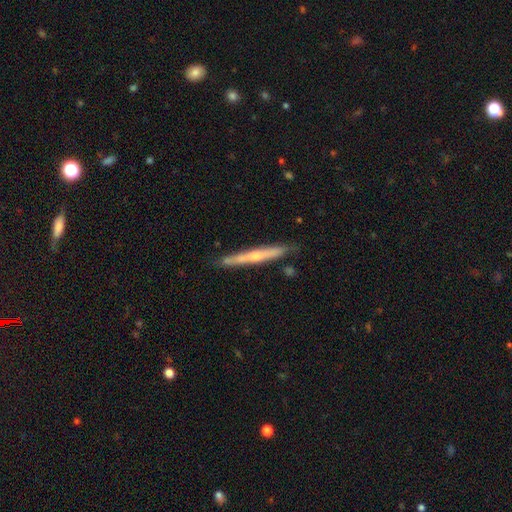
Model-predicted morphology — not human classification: Smooth or featured: featured or disk — 60% (smooth — 35%)
Edge-on disk: yes — 95% (no — 5%)
Edge-on bulge: rounded — 63% (none — 33%)
Merging: none — 83% (minor disturbance — 13%)